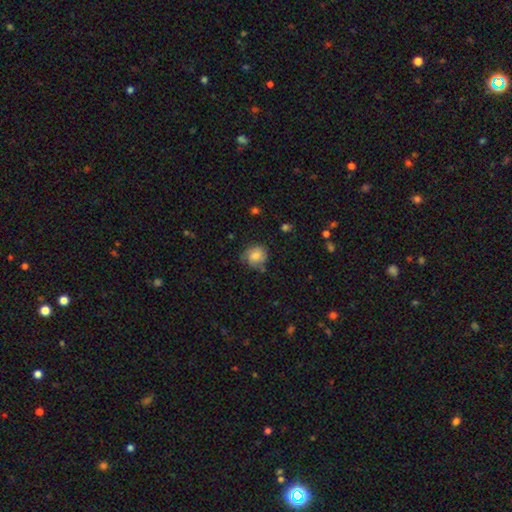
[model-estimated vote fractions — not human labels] Smooth or featured? Predicted: smooth (p=0.59). How rounded? Predicted: round (p=0.79). Merging? Predicted: none (p=0.64).